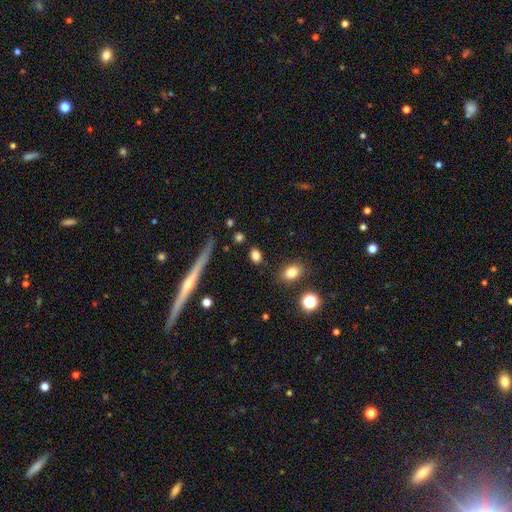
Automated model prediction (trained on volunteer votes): smooth_or_featured: smooth (p=0.82) [alt: star or artifact p=0.10]
how_rounded: in between (p=0.64) [alt: round p=0.30]
merging: none (p=0.85) [alt: minor disturbance p=0.09]